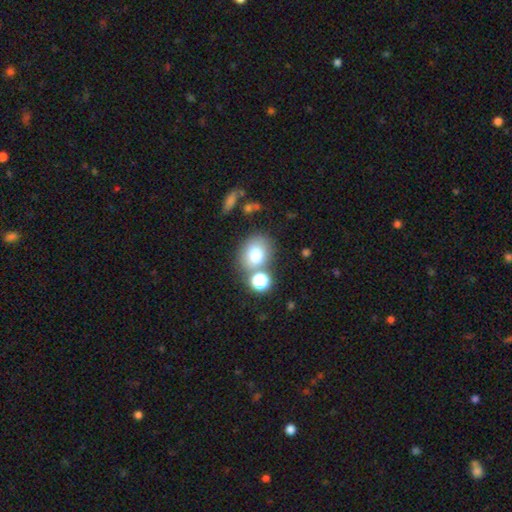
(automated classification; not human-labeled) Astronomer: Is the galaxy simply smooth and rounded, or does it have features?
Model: smooth — 73%.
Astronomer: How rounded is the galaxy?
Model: round — 58% (runner-up: in between, 41%).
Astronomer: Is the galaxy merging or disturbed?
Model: none — 65%.